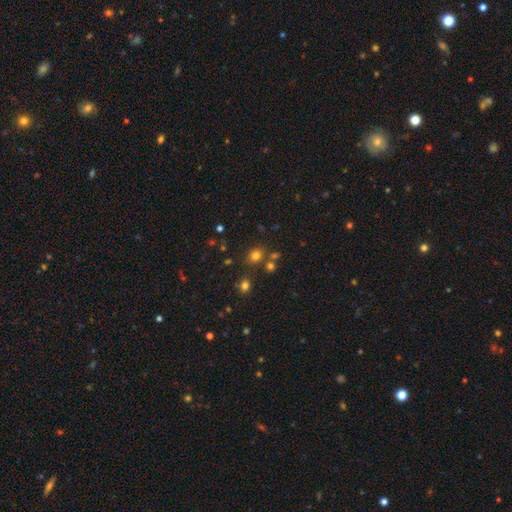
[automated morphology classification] Q: Smooth or featured?
A: smooth (73%); runner-up: star or artifact (20%)
Q: How rounded?
A: round (78%); runner-up: in between (21%)
Q: Merging?
A: none (75%); runner-up: merger (11%)